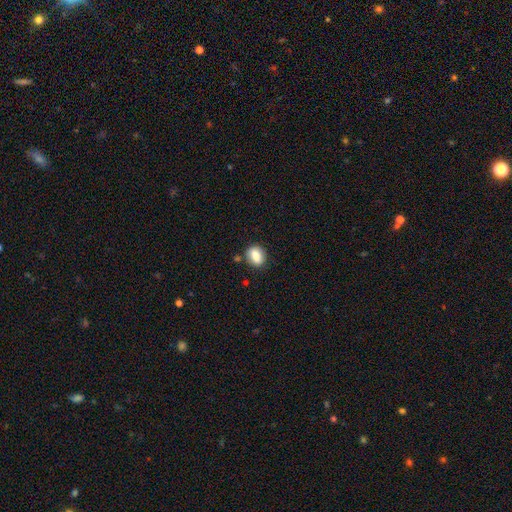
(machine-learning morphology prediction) Overall: smooth (81%). How rounded: in between (57%; round 41%). Merging: none (78%).